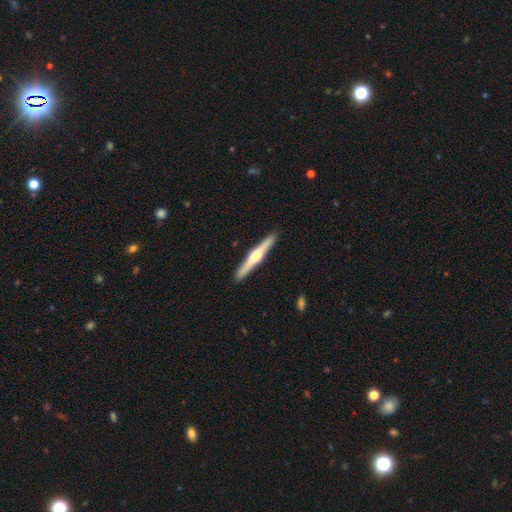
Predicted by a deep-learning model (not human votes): smooth_or_featured: featured or disk (p=0.70) [alt: smooth p=0.26]
disk_edge_on: yes (p=0.98) [alt: no p=0.02]
edge_on_bulge: rounded (p=0.92) [alt: none p=0.05]
merging: none (p=0.92) [alt: minor disturbance p=0.06]